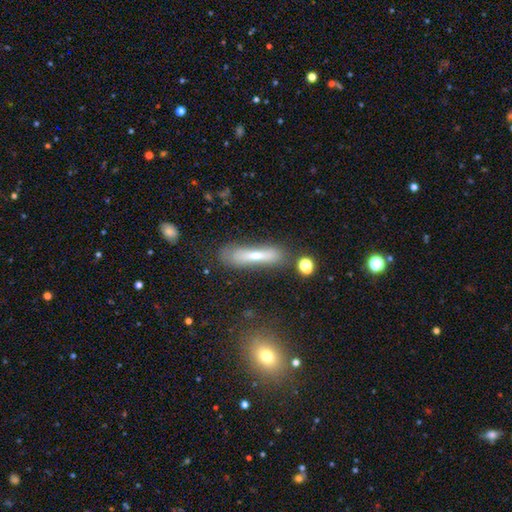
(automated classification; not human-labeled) Overall: smooth (50%; featured or disk 41%). Merging: none (71%).